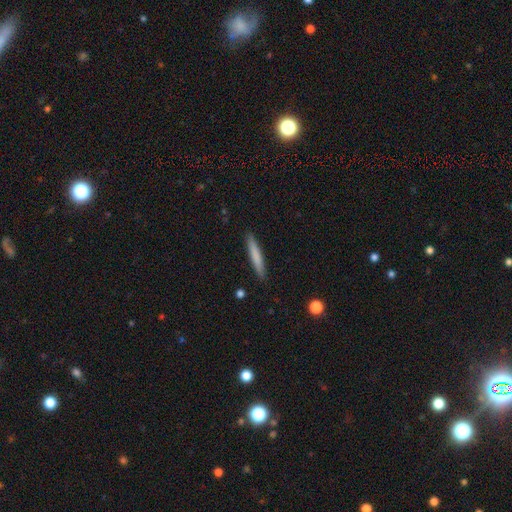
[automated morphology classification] smooth-or-featured: smooth: 75% | featured or disk: 19% | star or artifact: 5%
  how-rounded: cigar-shaped: 95% | in between: 4% | round: 1%
  merging: none: 90% | minor disturbance: 7% | major disturbance: 1% | merger: 1%